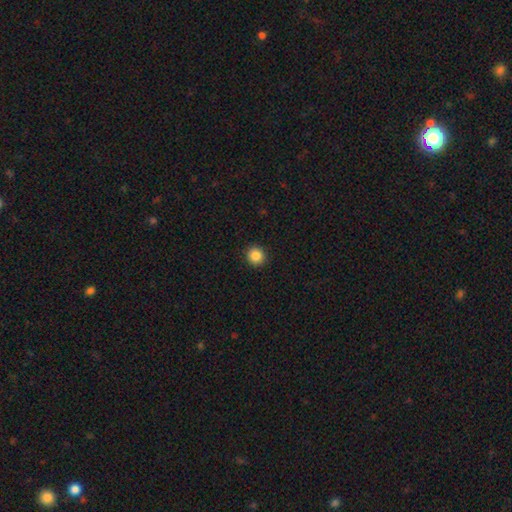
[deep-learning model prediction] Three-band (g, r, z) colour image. It shows a smooth galaxy with no disk features (86%) that is round (93%). Merging: none (93%).